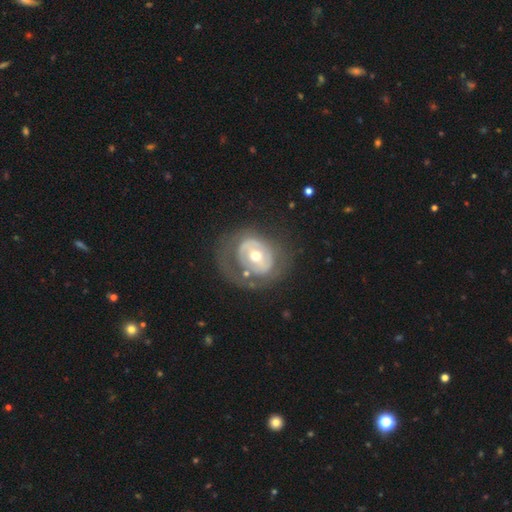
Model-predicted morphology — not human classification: type=featured or disk (67%); edge-on=no (96%); bar=no (57%); spiral arms=no (59%); bulge=moderate (67%); merging=none (55%).